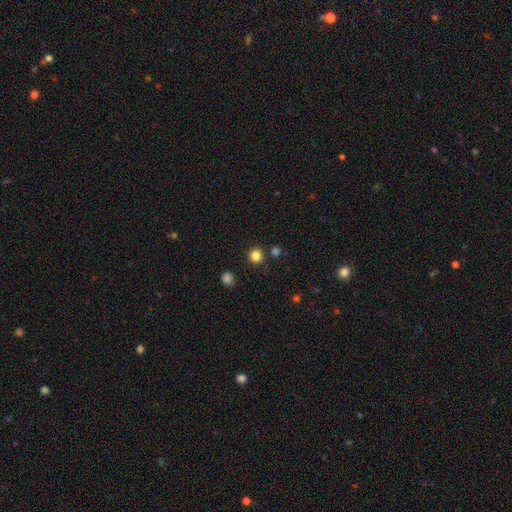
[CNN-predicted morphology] type=smooth (83%); roundness=round (92%); merging=none (87%).